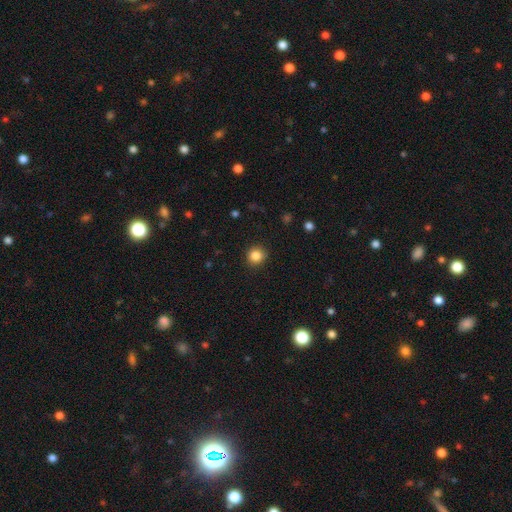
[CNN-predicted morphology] This is clearly a smooth galaxy (85%). How rounded: clearly round (88%). Merging: clearly none (89%).